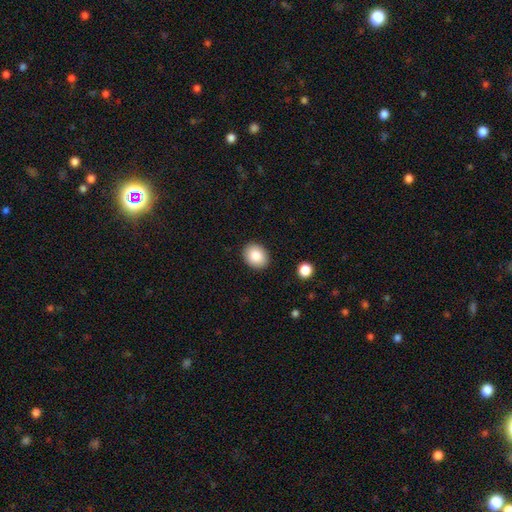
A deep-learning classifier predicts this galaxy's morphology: This appears to be a smooth galaxy with no disk features (87%) that is round (50%). Merging: none (89%).